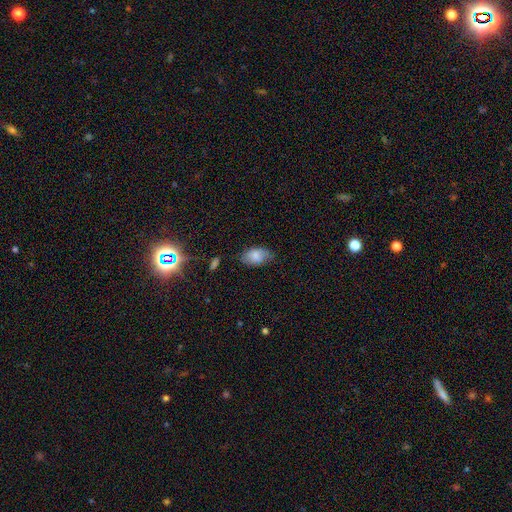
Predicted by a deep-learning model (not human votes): Overall: smooth (77%). How rounded: in between (92%). Merging: none (70%).